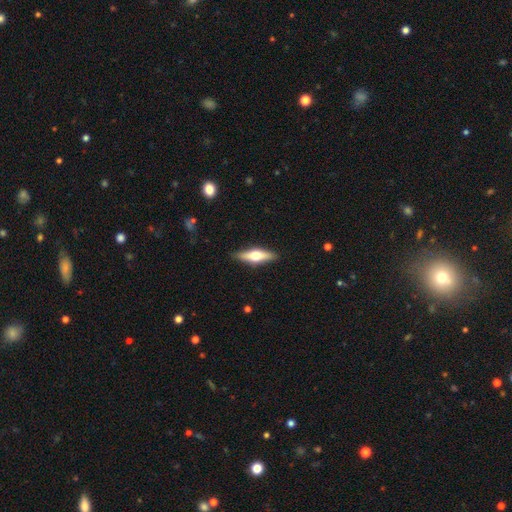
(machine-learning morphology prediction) This appears to be a featured or disk galaxy (54%) viewed edge-on (93%). Merging: none (89%).